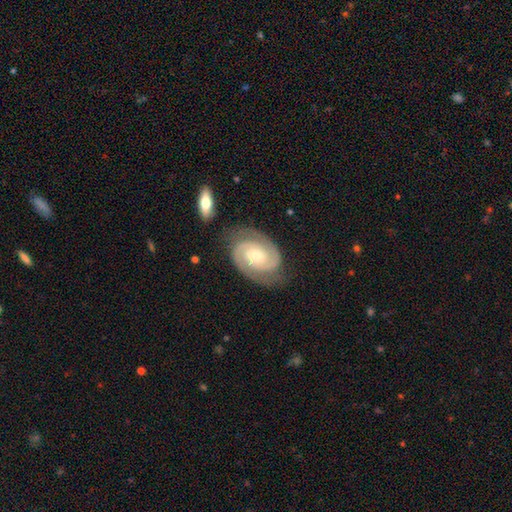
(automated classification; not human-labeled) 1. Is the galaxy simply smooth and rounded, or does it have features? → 91% featured or disk, 5% smooth, 4% star or artifact.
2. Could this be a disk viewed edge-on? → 98% no, 2% yes.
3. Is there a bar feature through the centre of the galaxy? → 60% no, 30% weak, 10% strong.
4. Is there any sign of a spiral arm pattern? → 98% yes, 2% no.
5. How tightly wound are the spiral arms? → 65% tight, 31% medium, 4% loose.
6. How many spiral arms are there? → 92% 2, 3% can't tell, 2% 3, 1% 1, 1% 4, 1% more than 4.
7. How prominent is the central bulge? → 50% moderate, 42% small, 5% large, 3% none, 1% dominant.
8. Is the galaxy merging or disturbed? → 80% none, 13% minor disturbance, 4% major disturbance, 3% merger.